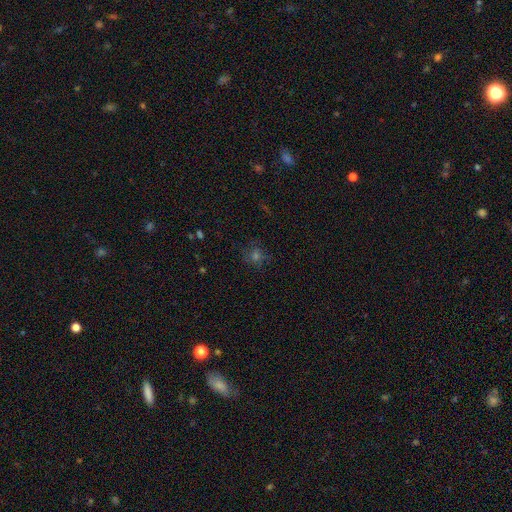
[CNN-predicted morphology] Q: Smooth or featured?
A: smooth (47%); runner-up: star or artifact (36%)
Q: Merging?
A: none (79%); runner-up: minor disturbance (13%)